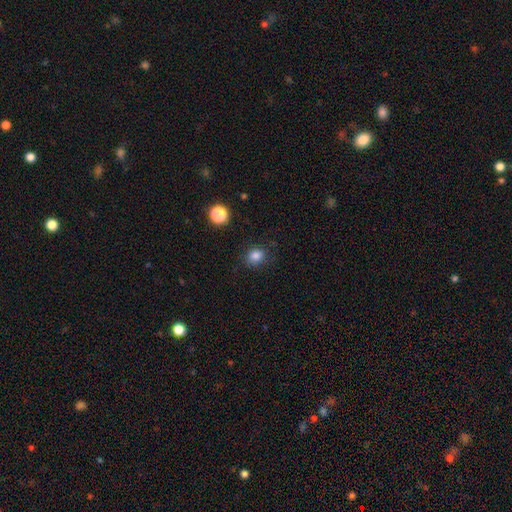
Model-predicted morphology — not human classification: Smooth or featured? Predicted: smooth (p=0.83). How rounded? Predicted: round (p=0.68). Merging? Predicted: none (p=0.83).